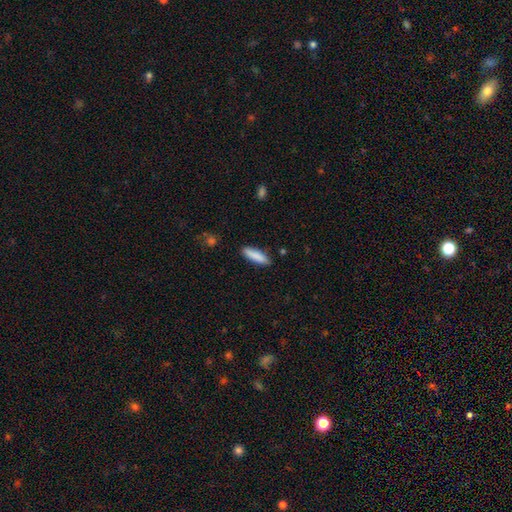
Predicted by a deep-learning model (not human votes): smooth-or-featured: smooth: 87% | featured or disk: 7% | star or artifact: 6%
  how-rounded: cigar-shaped: 65% | in between: 34% | round: 1%
  merging: none: 88% | minor disturbance: 9% | major disturbance: 2% | merger: 1%